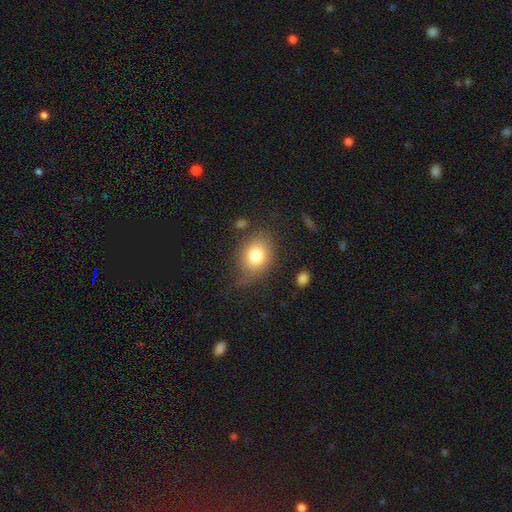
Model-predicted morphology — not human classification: A smooth galaxy with no disk features (79%) that is in between round and cigar-shaped (59%).

Vote fractions:
- Smooth or featured? smooth: 79% / featured or disk: 12% / star or artifact: 9%
- How rounded? in between: 59% / round: 40% / cigar-shaped: 1%
- Merging? none: 63% / minor disturbance: 25% / major disturbance: 9% / merger: 3%